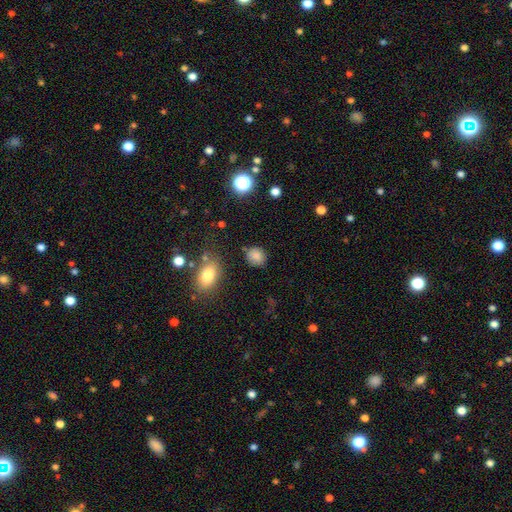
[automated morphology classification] Smooth or featured? Predicted: smooth (p=0.83). How rounded? Predicted: round (p=0.67). Merging? Predicted: none (p=0.78).